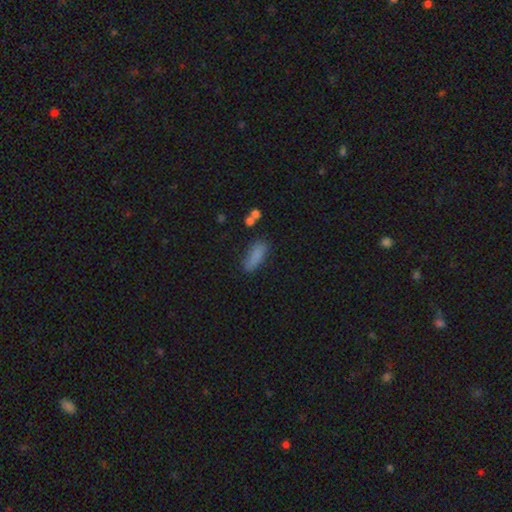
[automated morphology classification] smooth-or-featured: smooth: 81% | star or artifact: 10% | featured or disk: 9%
  how-rounded: in between: 62% | cigar-shaped: 35% | round: 3%
  merging: none: 65% | minor disturbance: 22% | major disturbance: 7% | merger: 6%